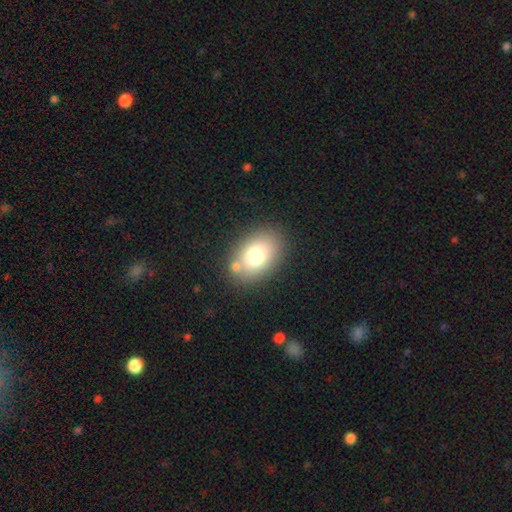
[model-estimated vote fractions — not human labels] Smooth or featured? smooth (76%)
How rounded? in between (76%)
Merging? none (76%)